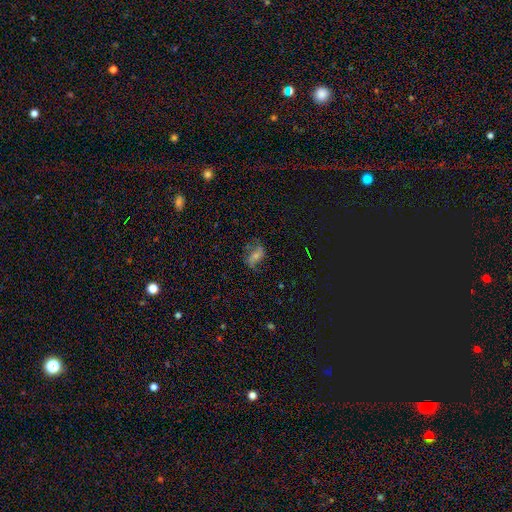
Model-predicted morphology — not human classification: Q: Smooth or featured?
A: featured or disk (59%); runner-up: smooth (21%)
Q: Edge-on disk?
A: no (94%); runner-up: yes (6%)
Q: Bar?
A: weak (38%); tied with: no (38%)
Q: Spiral arms?
A: yes (86%); runner-up: no (14%)
Q: Bulge size?
A: small (47%); runner-up: moderate (43%)
Q: Merging?
A: none (72%); runner-up: minor disturbance (17%)